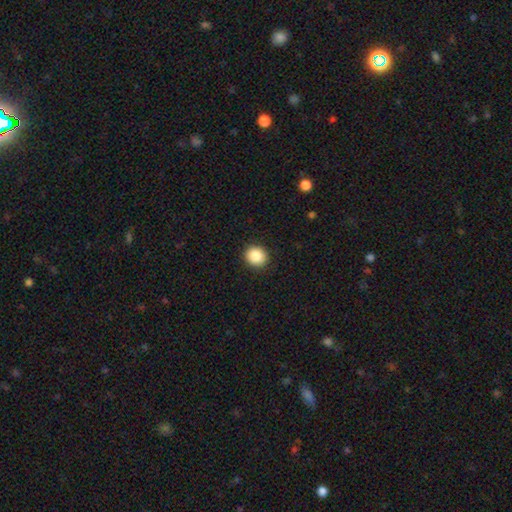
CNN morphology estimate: A smooth galaxy with no disk features (88%) that is round (82%).

Vote fractions:
- Smooth or featured? smooth: 88% / star or artifact: 9% / featured or disk: 3%
- How rounded? round: 82% / in between: 17% / cigar-shaped: 1%
- Merging? none: 91% / minor disturbance: 6% / major disturbance: 2% / merger: 1%